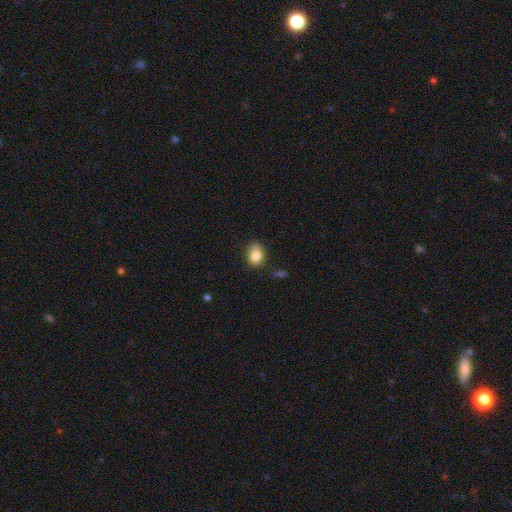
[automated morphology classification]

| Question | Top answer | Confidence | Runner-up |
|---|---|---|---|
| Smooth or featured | smooth | 84% | star or artifact (9%) |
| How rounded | in between | 66% | round (32%) |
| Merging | none | 74% | minor disturbance (20%) |